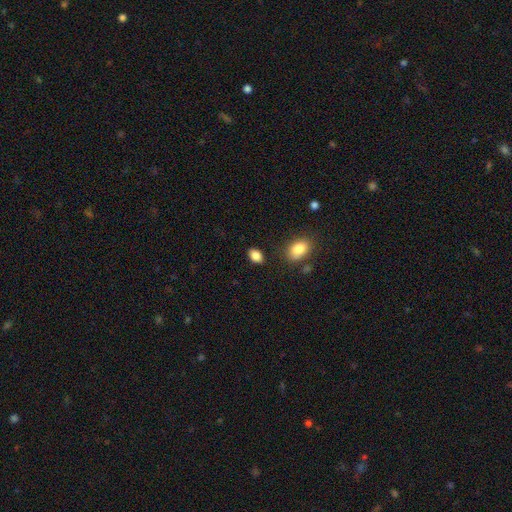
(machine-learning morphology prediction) Smooth or featured? Predicted: smooth (p=0.87). How rounded? Predicted: in between (p=0.83). Merging? Predicted: none (p=0.84).